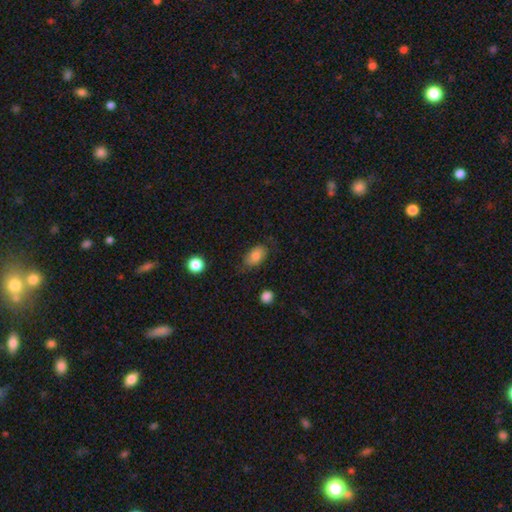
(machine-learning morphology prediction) Smooth or featured: smooth — 81% (featured or disk — 11%)
How rounded: in between — 89% (round — 9%)
Merging: none — 68% (minor disturbance — 24%)